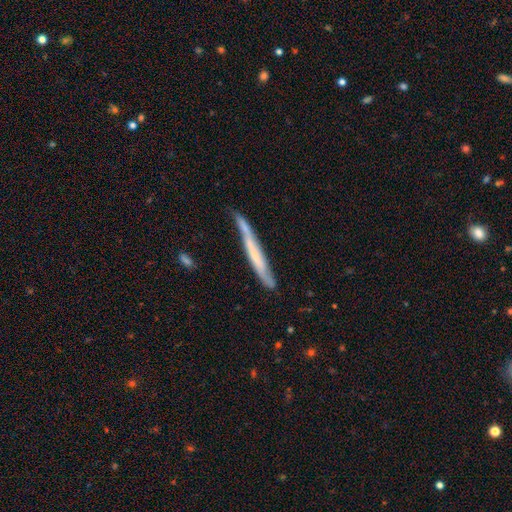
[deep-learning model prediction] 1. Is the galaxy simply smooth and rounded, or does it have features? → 51% featured or disk, 41% smooth, 8% star or artifact.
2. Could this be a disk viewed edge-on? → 91% yes, 9% no.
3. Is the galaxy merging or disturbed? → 75% none, 18% minor disturbance, 4% major disturbance, 3% merger.